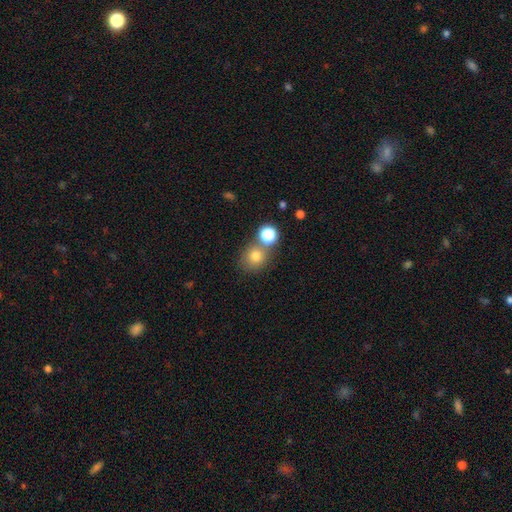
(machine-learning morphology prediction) smooth_or_featured: smooth (p=0.75) [alt: star or artifact p=0.16]
how_rounded: round (p=0.82) [alt: in between p=0.17]
merging: none (p=0.65) [alt: merger p=0.21]